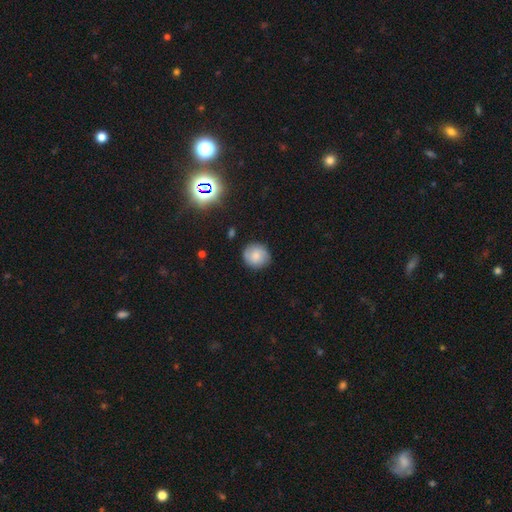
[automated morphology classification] Smooth or featured?
  - smooth: 73% *
  - featured or disk: 17%
  - star or artifact: 10%
How rounded?
  - round: 89% *
  - in between: 10%
  - cigar-shaped: 1%
Merging?
  - none: 86% *
  - minor disturbance: 10%
  - major disturbance: 2%
  - merger: 1%